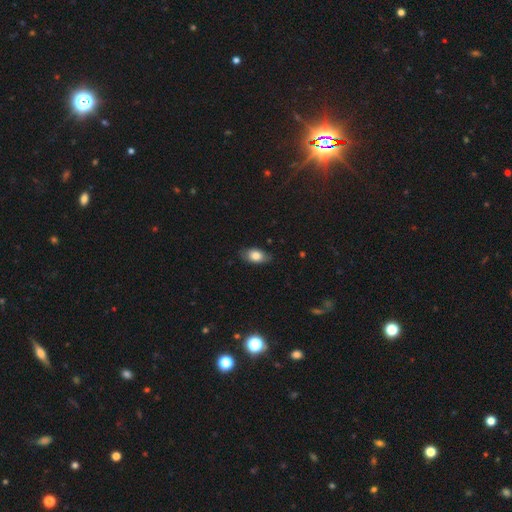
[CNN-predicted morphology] A smooth galaxy with no disk features (78%) that is in between round and cigar-shaped (90%).

Vote fractions:
- Smooth or featured? smooth: 78% / featured or disk: 14% / star or artifact: 7%
- How rounded? in between: 90% / round: 7% / cigar-shaped: 4%
- Merging? none: 80% / minor disturbance: 17% / major disturbance: 3% / merger: 1%